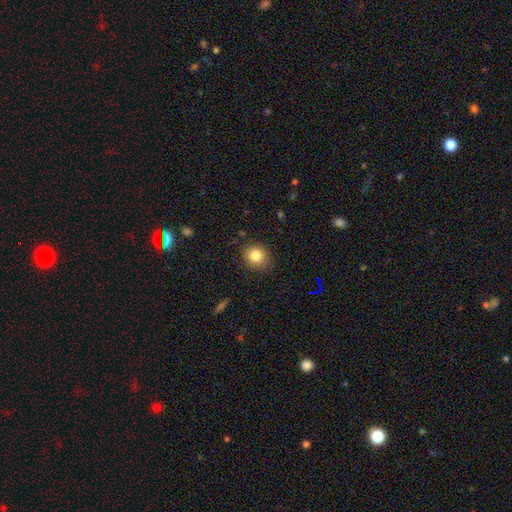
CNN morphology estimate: The model was most divided on "how rounded": round: 80%, in between: 19%, cigar-shaped: 1%. More confident: merging — none (85%); smooth or featured — smooth (83%).